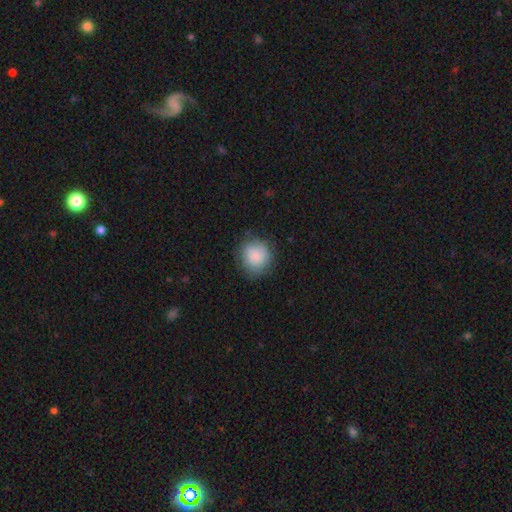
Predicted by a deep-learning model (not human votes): Morphology: type=smooth (87%); roundness=round (87%); merging=none (81%).